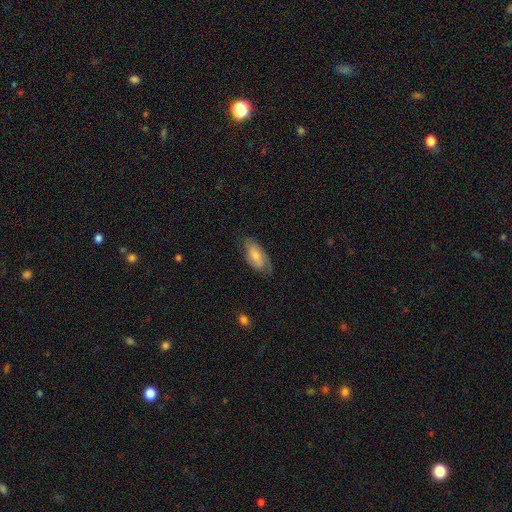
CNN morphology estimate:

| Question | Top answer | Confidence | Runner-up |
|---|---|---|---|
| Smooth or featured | smooth | 53% | featured or disk (41%) |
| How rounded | in between | 88% | cigar-shaped (8%) |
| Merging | none | 65% | minor disturbance (25%) |